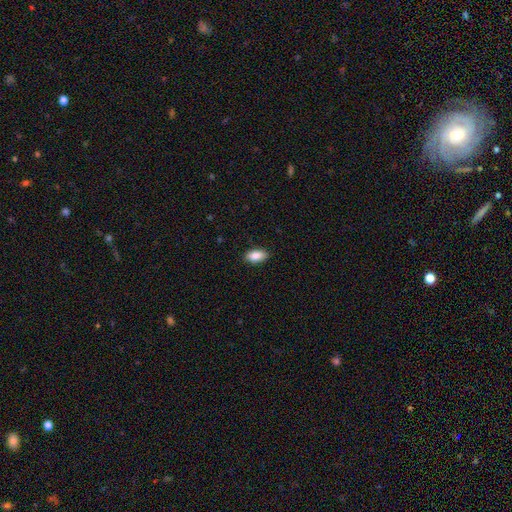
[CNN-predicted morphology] Smooth or featured: smooth — 88% (star or artifact — 7%)
How rounded: in between — 92% (cigar-shaped — 5%)
Merging: none — 88% (minor disturbance — 9%)